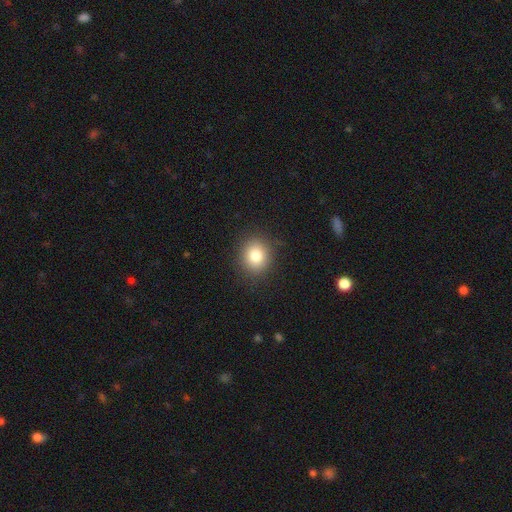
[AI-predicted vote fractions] Smooth or featured? smooth (81%)
How rounded? round (77%)
Merging? none (88%)